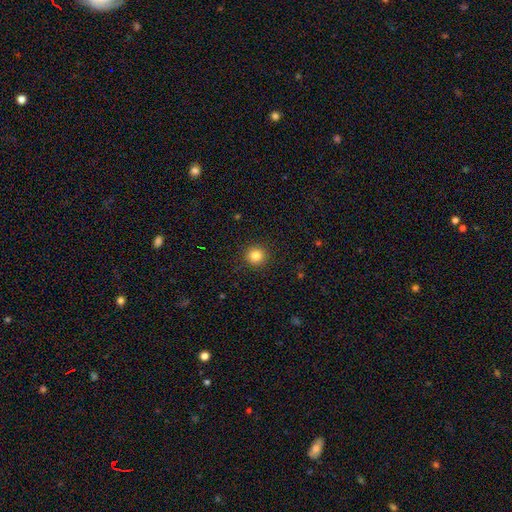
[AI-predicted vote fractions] smooth_or_featured: smooth (p=0.83) [alt: star or artifact p=0.12]
how_rounded: round (p=0.94) [alt: in between p=0.05]
merging: none (p=0.92) [alt: minor disturbance p=0.05]